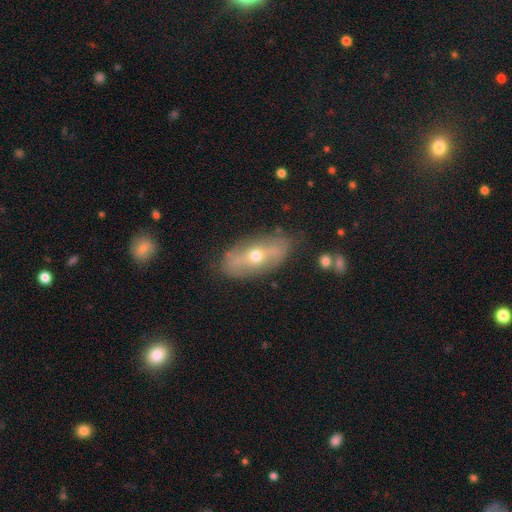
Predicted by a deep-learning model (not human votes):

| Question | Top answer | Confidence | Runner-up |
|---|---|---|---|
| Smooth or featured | featured or disk | 59% | smooth (31%) |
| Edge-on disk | no | 72% | yes (28%) |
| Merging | none | 79% | minor disturbance (15%) |